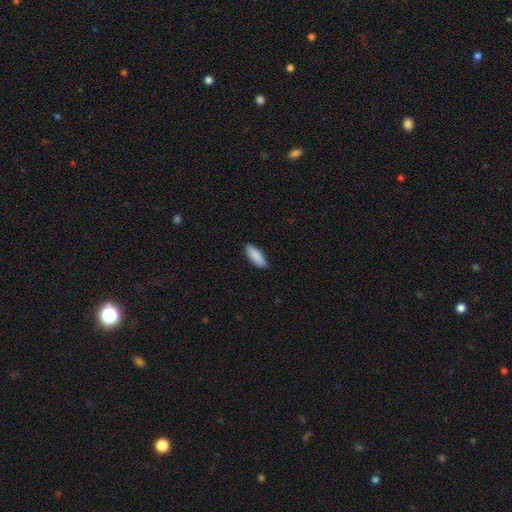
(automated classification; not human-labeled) This appears to be a smooth galaxy with no disk features (89%) that is in between round and cigar-shaped (69%). Merging: none (88%).